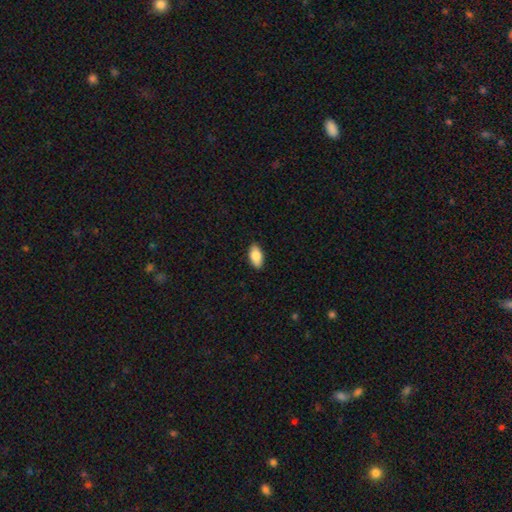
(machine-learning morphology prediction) Smooth or featured? Predicted: smooth (p=0.83). How rounded? Predicted: in between (p=0.92). Merging? Predicted: none (p=0.89).